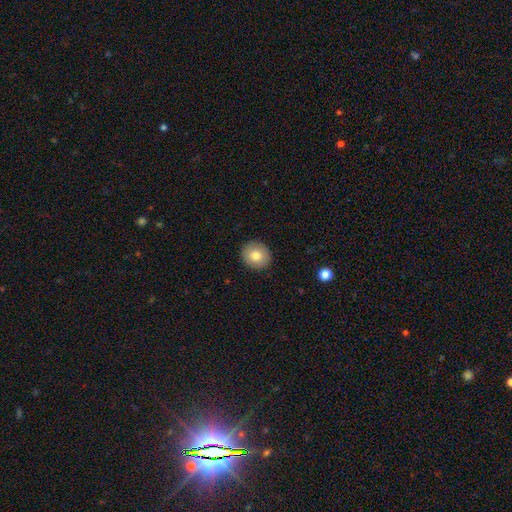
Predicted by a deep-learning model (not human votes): A smooth galaxy with no disk features (79%) that is round (84%).

Vote fractions:
- Smooth or featured? smooth: 79% / featured or disk: 13% / star or artifact: 8%
- How rounded? round: 84% / in between: 15% / cigar-shaped: 1%
- Merging? none: 91% / minor disturbance: 6% / major disturbance: 2% / merger: 1%